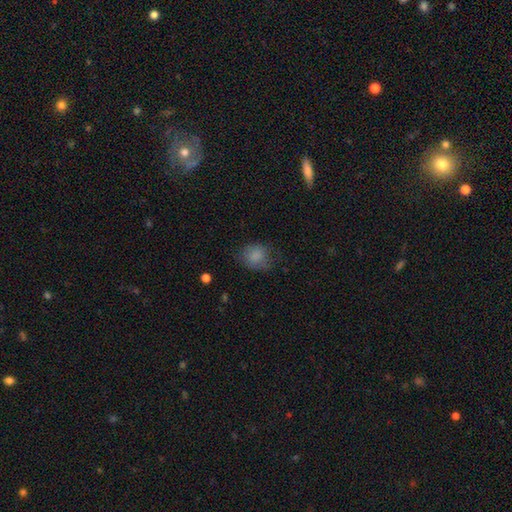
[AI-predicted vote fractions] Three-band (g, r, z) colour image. It shows a smooth galaxy with no disk features (82%) that is round (64%). Merging: none (64%).